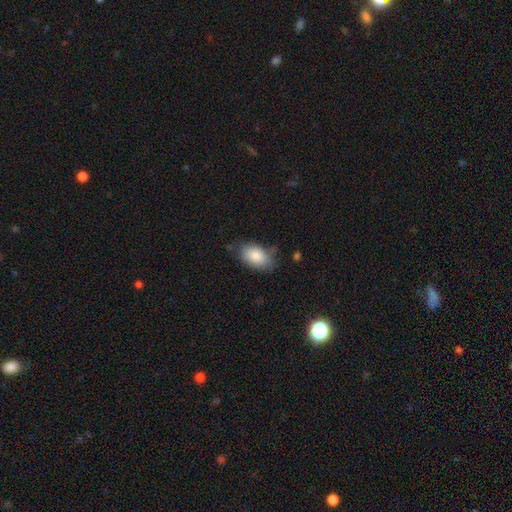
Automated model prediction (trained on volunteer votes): smooth-or-featured: smooth: 84% | featured or disk: 9% | star or artifact: 7%
  how-rounded: in between: 91% | round: 8% | cigar-shaped: 1%
  merging: none: 68% | minor disturbance: 24% | major disturbance: 6% | merger: 2%